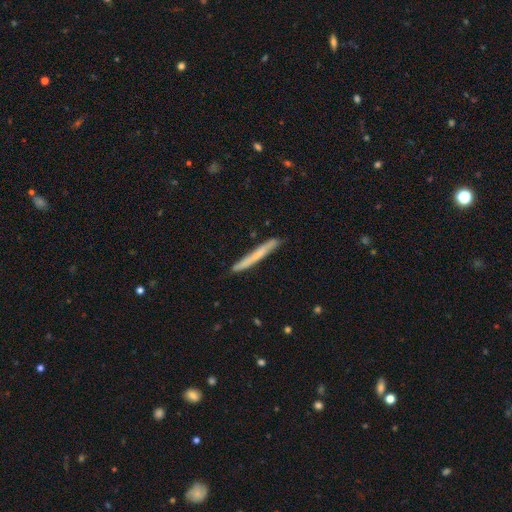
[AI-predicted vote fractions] Smooth or featured: smooth — 58% (featured or disk — 36%)
How rounded: cigar-shaped — 97% (in between — 2%)
Merging: none — 88% (minor disturbance — 9%)